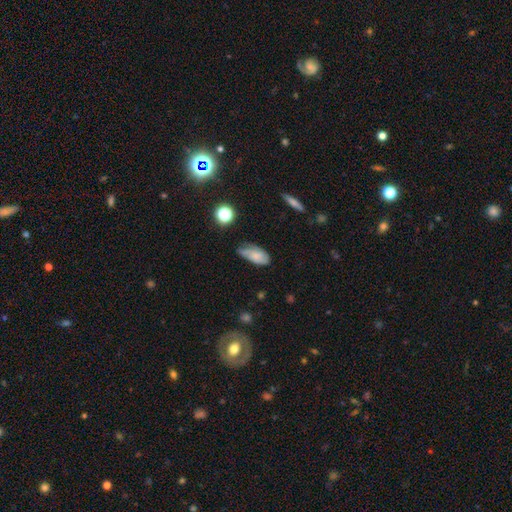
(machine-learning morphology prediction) The model was most divided on "merging": none: 45%, minor disturbance: 38%, major disturbance: 13%, merger: 3%. More confident: how rounded — in between (89%); smooth or featured — smooth (65%).